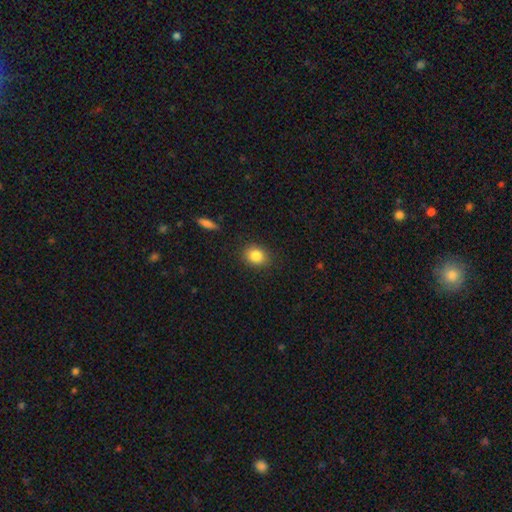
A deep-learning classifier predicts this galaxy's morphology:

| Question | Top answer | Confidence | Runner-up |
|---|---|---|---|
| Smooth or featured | smooth | 84% | star or artifact (10%) |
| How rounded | round | 52% | in between (47%) |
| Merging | none | 86% | minor disturbance (10%) |